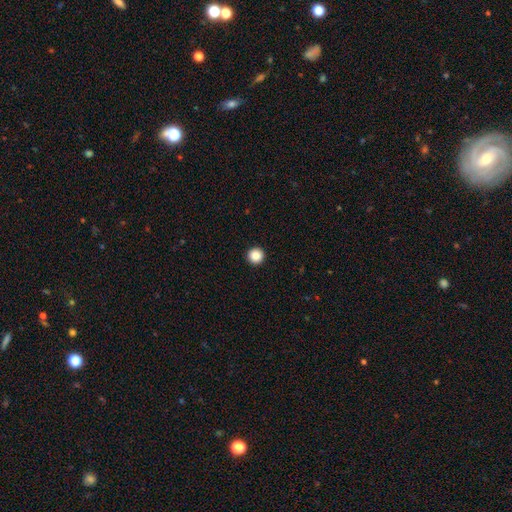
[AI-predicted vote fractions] Morphology: type=smooth (88%); roundness=round (97%); merging=none (94%).